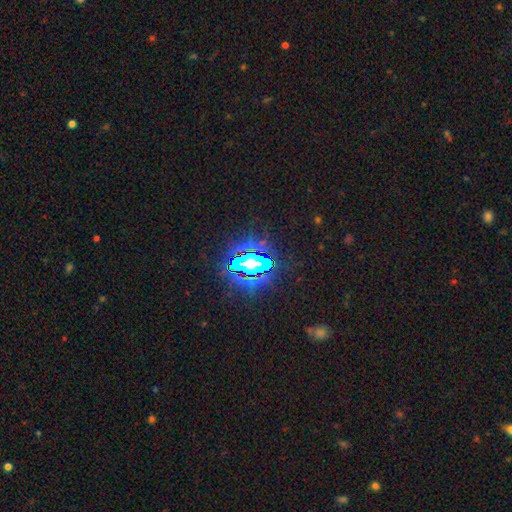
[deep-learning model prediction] This is clearly a star or artifact rather than a galaxy (82%).